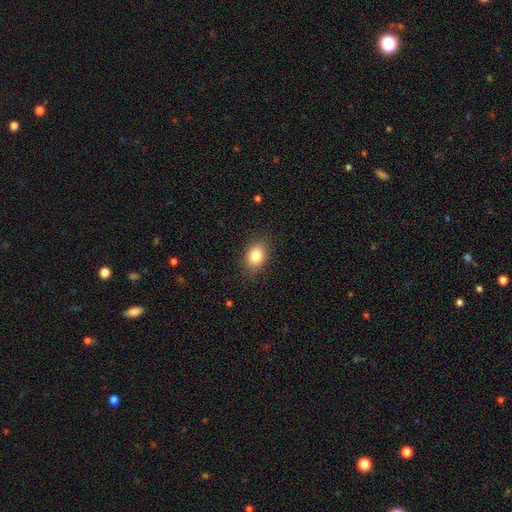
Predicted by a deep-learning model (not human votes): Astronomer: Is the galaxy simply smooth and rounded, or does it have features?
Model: smooth — 83%.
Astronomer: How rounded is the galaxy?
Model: in between — 66%.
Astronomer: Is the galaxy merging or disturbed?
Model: none — 85%.